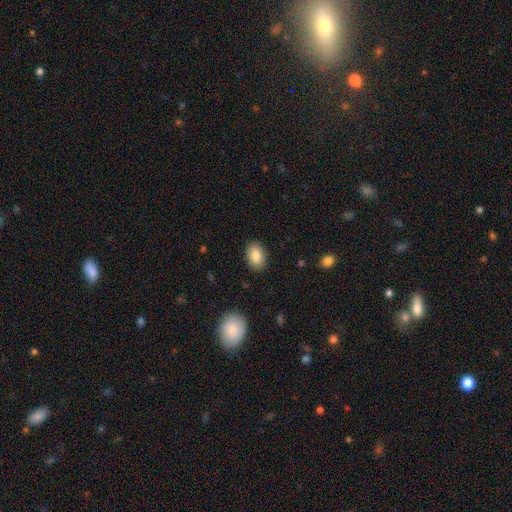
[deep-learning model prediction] This appears to be a smooth galaxy with no disk features (83%) that is in between round and cigar-shaped (84%). Merging: none (88%).